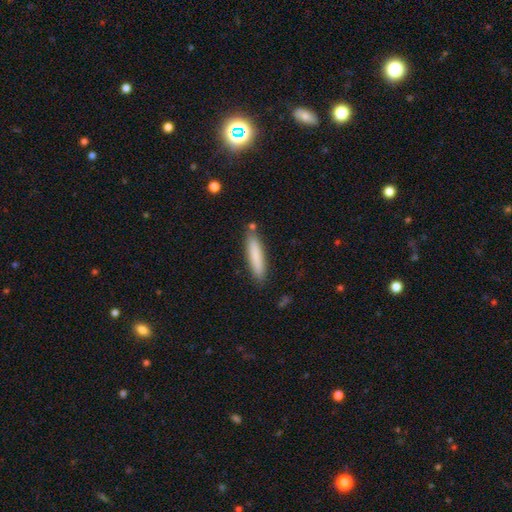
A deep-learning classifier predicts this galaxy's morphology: A smooth galaxy with no disk features (82%) that is cigar-shaped (85%).

Vote fractions:
- Smooth or featured? smooth: 82% / featured or disk: 12% / star or artifact: 6%
- How rounded? cigar-shaped: 85% / in between: 14% / round: 1%
- Merging? none: 84% / minor disturbance: 11% / merger: 3% / major disturbance: 2%